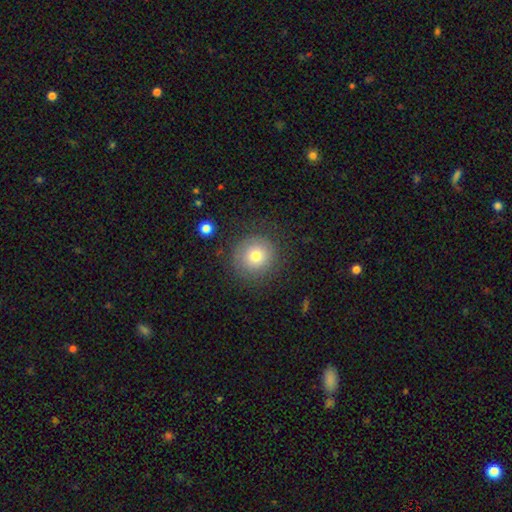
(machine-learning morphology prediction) A smooth galaxy with no disk features (72%) that is round (94%).

Vote fractions:
- Smooth or featured? smooth: 72% / featured or disk: 17% / star or artifact: 11%
- How rounded? round: 94% / in between: 5% / cigar-shaped: 1%
- Merging? none: 81% / minor disturbance: 11% / major disturbance: 6% / merger: 2%